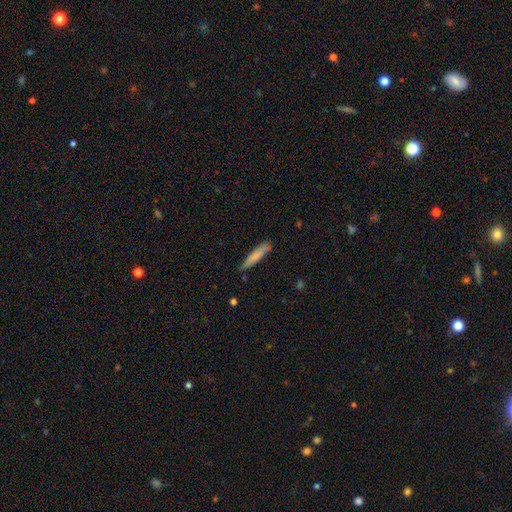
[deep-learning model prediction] smooth 76%, featured or disk 18%, star or artifact 6%. Down the decision tree: how rounded — cigar-shaped (92%); merging — none (78%).